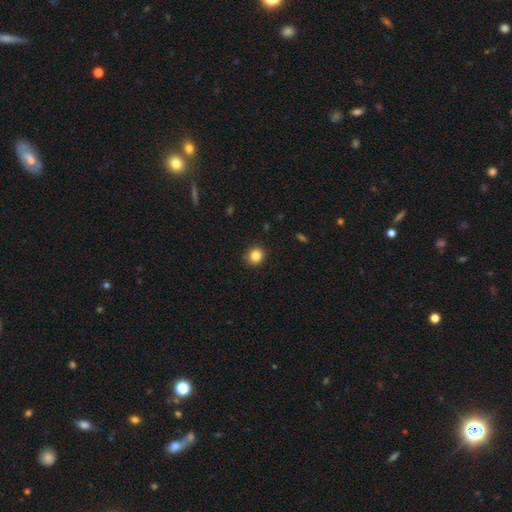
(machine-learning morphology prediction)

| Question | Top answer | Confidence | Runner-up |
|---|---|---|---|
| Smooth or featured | smooth | 85% | star or artifact (11%) |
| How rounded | round | 89% | in between (10%) |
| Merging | none | 89% | minor disturbance (8%) |